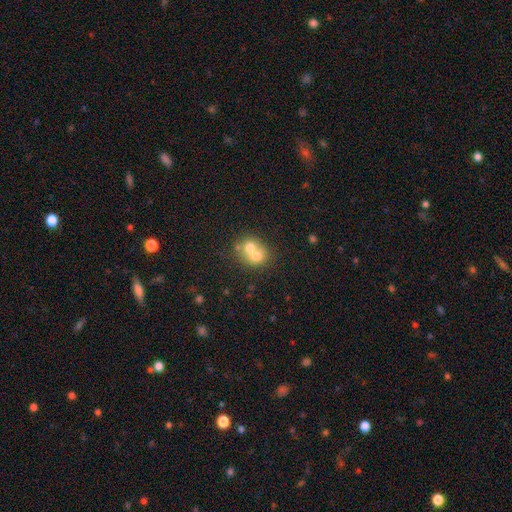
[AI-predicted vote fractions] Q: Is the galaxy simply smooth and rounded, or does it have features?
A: smooth — 64%.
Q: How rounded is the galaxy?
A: round — 71%.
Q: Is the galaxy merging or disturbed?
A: merger — 67%.